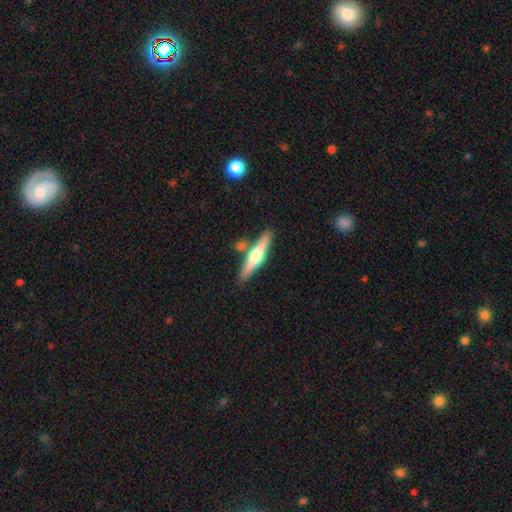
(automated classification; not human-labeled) This appears to be a featured or disk galaxy (62%) viewed edge-on (96%) with a rounded central bulge (93%). Merging: none (78%).